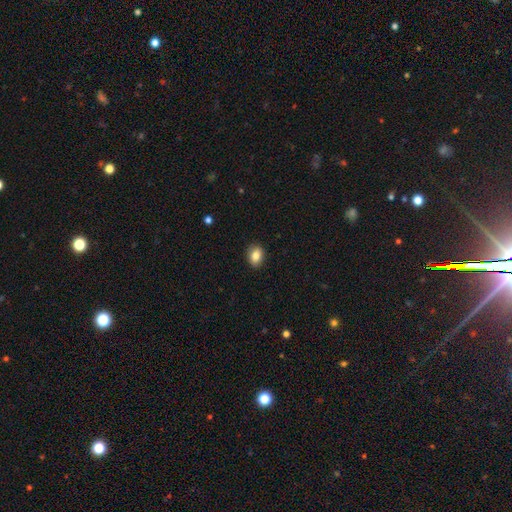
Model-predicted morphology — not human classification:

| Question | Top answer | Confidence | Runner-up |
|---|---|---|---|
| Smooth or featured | smooth | 84% | star or artifact (9%) |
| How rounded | in between | 72% | round (27%) |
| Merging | none | 89% | minor disturbance (8%) |